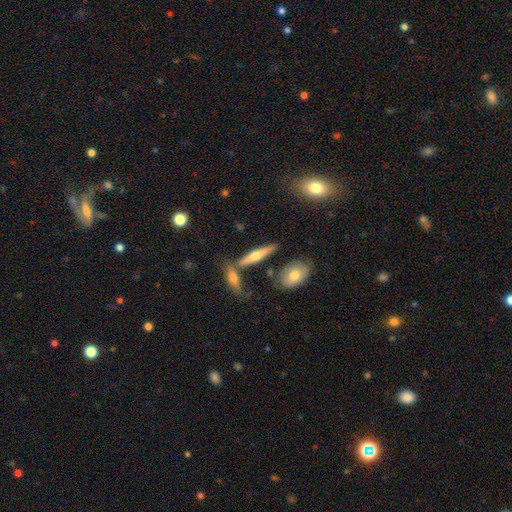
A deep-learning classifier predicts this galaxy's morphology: smooth-or-featured: featured or disk: 49% | smooth: 44% | star or artifact: 8%
  merging: none: 71% | merger: 14% | minor disturbance: 12% | major disturbance: 4%